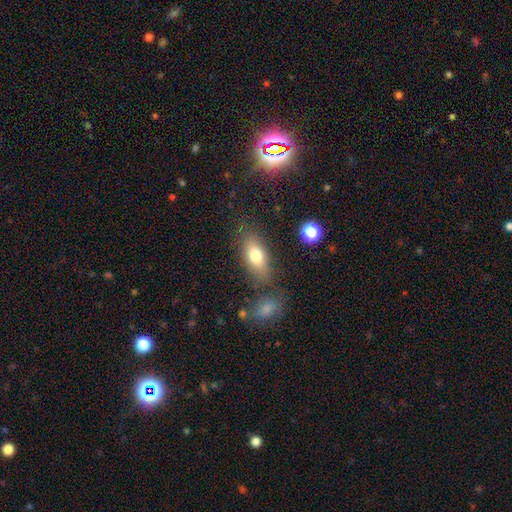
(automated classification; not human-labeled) A smooth galaxy with no disk features (74%) that is in between round and cigar-shaped (79%).

Vote fractions:
- Smooth or featured? smooth: 74% / featured or disk: 18% / star or artifact: 9%
- How rounded? in between: 79% / cigar-shaped: 14% / round: 7%
- Merging? none: 72% / minor disturbance: 15% / merger: 7% / major disturbance: 5%